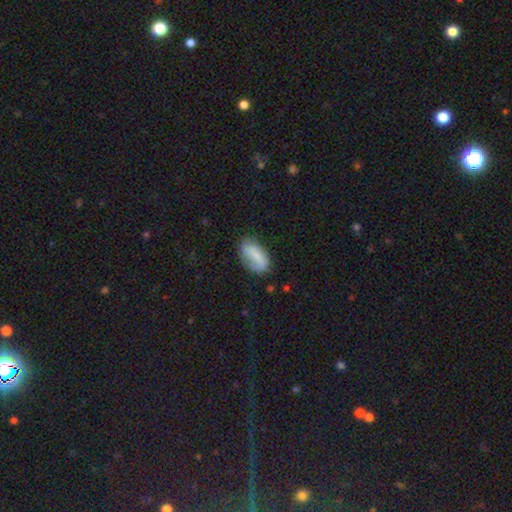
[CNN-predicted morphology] Smooth or featured? Predicted: smooth (p=0.64). How rounded? Predicted: in between (p=0.91). Merging? Predicted: none (p=0.64).